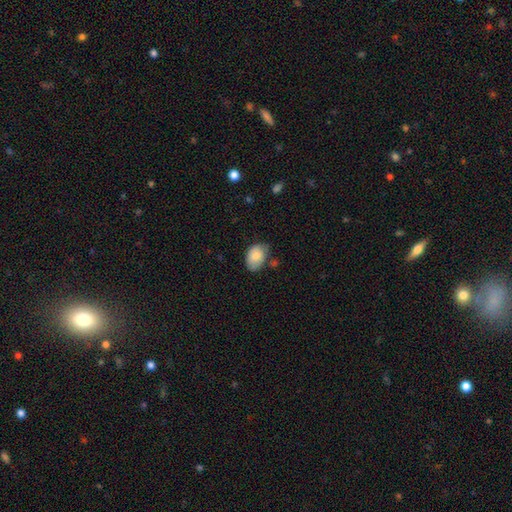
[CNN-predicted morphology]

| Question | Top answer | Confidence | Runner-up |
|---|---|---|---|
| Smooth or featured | smooth | 81% | featured or disk (12%) |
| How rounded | in between | 84% | round (15%) |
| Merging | none | 56% | minor disturbance (32%) |